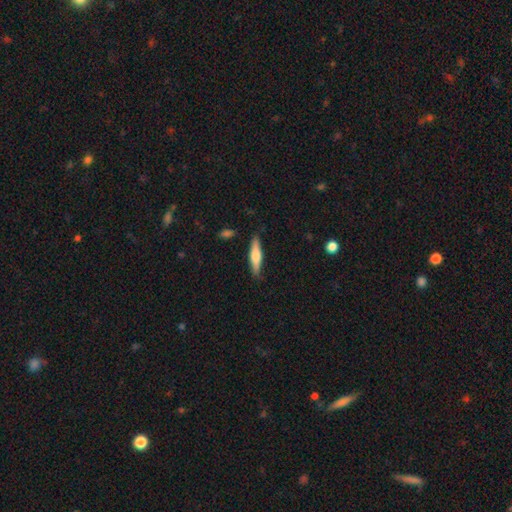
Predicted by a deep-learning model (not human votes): smooth-or-featured: smooth: 54% | featured or disk: 40% | star or artifact: 6%
  how-rounded: cigar-shaped: 77% | in between: 21% | round: 2%
  merging: none: 86% | minor disturbance: 10% | major disturbance: 2% | merger: 1%